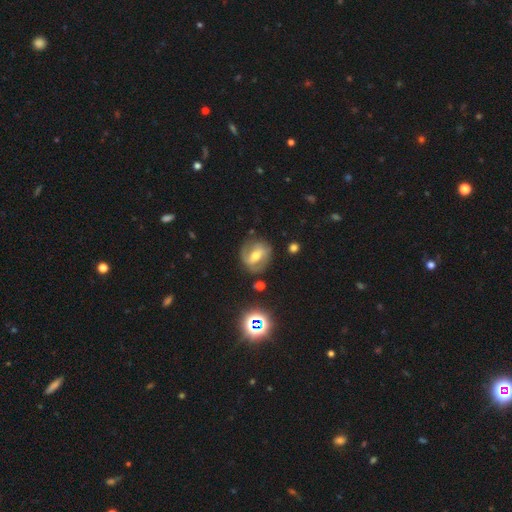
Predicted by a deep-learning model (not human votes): smooth-or-featured: featured or disk: 70% | smooth: 21% | star or artifact: 9%
  disk-edge-on: no: 95% | yes: 5%
    bar: strong: 43% | weak: 38% | no: 19%
    has-spiral-arms: yes: 83% | no: 17%
      spiral-winding: medium: 45% | tight: 32% | loose: 22%
      spiral-arm-count: 2: 81% | can't tell: 10% | 1: 5% | 3: 2% | 4: 1% | more than 4: 1%
    bulge-size: moderate: 65% | small: 24% | large: 8% | none: 2% | dominant: 1%
  merging: none: 75% | minor disturbance: 16% | major disturbance: 7% | merger: 3%